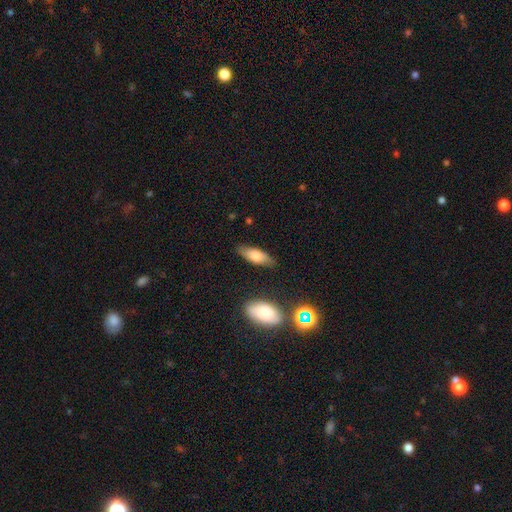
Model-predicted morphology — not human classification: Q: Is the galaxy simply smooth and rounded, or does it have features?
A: smooth — 71%.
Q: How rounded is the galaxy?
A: in between — 73%.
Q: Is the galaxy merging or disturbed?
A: none — 79%.